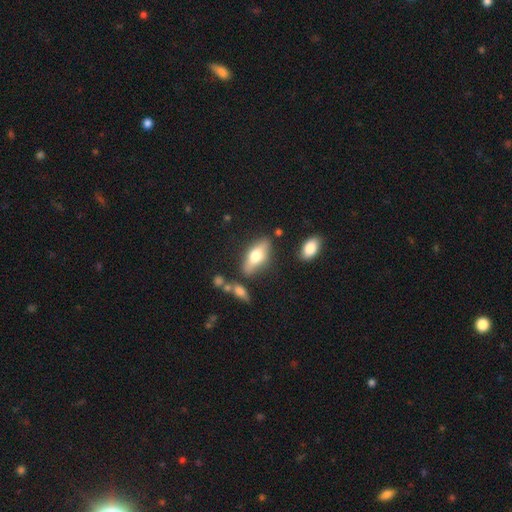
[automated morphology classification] This appears to be a smooth galaxy with no disk features (59%) that is in between round and cigar-shaped (74%). Merging: none (75%).